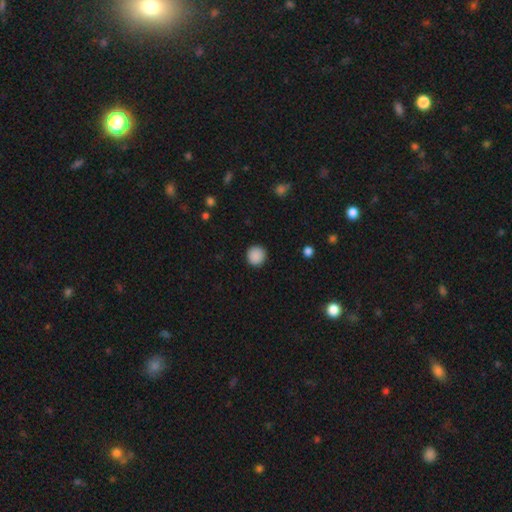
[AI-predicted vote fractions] Smooth or featured? Predicted: smooth (p=0.89). How rounded? Predicted: round (p=0.94). Merging? Predicted: none (p=0.92).